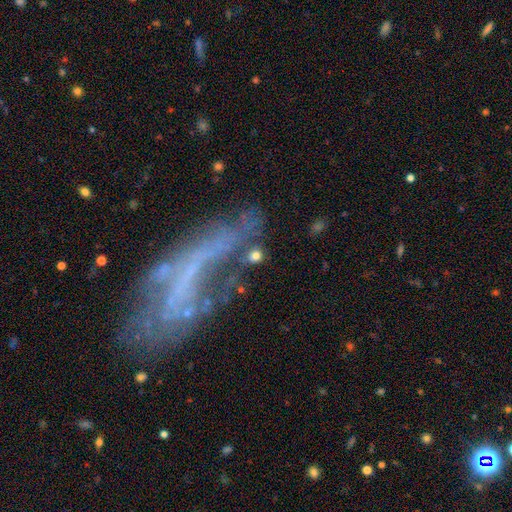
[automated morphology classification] smooth_or_featured: smooth (p=0.70) [alt: featured or disk p=0.15]
how_rounded: round (p=0.73) [alt: in between p=0.24]
merging: none (p=0.70) [alt: minor disturbance p=0.12]